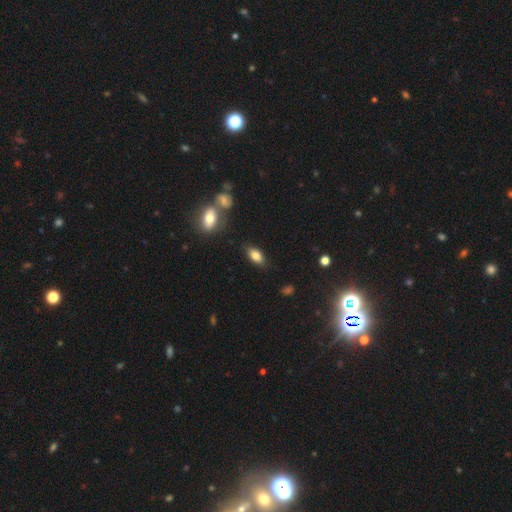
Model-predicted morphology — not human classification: Overall: smooth (81%). How rounded: in between (89%). Merging: none (83%).